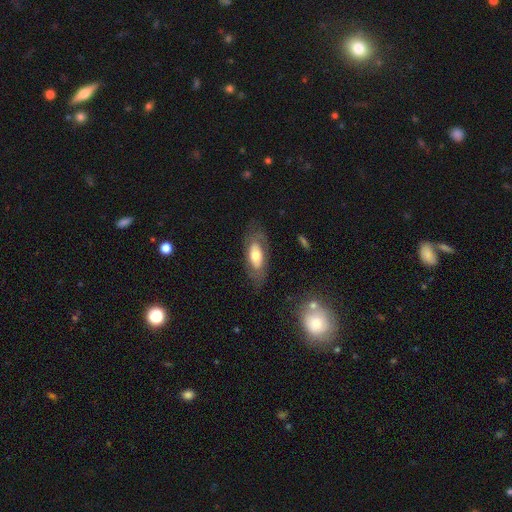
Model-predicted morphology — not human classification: The model was most divided on "smooth or featured": smooth: 50%, featured or disk: 43%, star or artifact: 7%. More confident: how rounded — in between (81%); merging — none (71%).